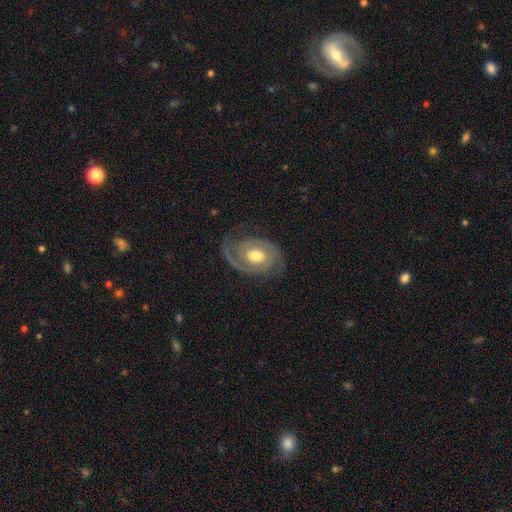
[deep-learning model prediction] A featured or disk galaxy (86%) with no bar (65%), 2 (86%) tight (49%) spiral arms (95%) and a moderate central bulge (73%).

Vote fractions:
- Smooth or featured? featured or disk: 86% / smooth: 9% / star or artifact: 5%
- Edge-on disk? no: 97% / yes: 3%
- Bar? no: 65% / weak: 28% / strong: 7%
- Spiral arms? yes: 95% / no: 5%
- Spiral winding? tight: 49% / medium: 40% / loose: 11%
- Spiral arm count? 2: 86% / can't tell: 5% / 1: 4% / 3: 2% / 4: 1% / more than 4: 1%
- Bulge size? moderate: 73% / large: 15% / small: 10% / dominant: 1% / none: 1%
- Merging? none: 75% / minor disturbance: 16% / major disturbance: 8% / merger: 1%